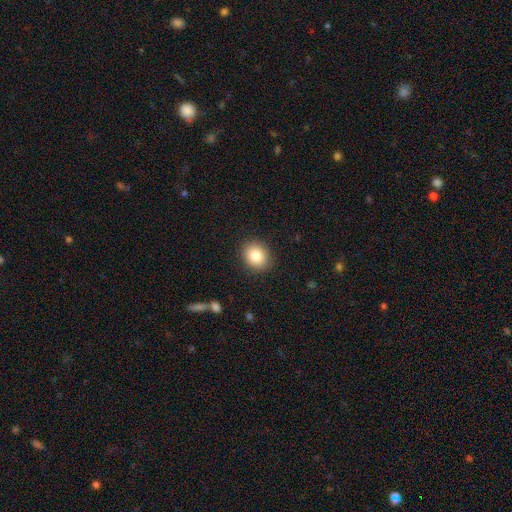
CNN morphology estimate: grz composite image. It shows a smooth galaxy with no disk features (83%) that is round (66%). Merging: none (89%).